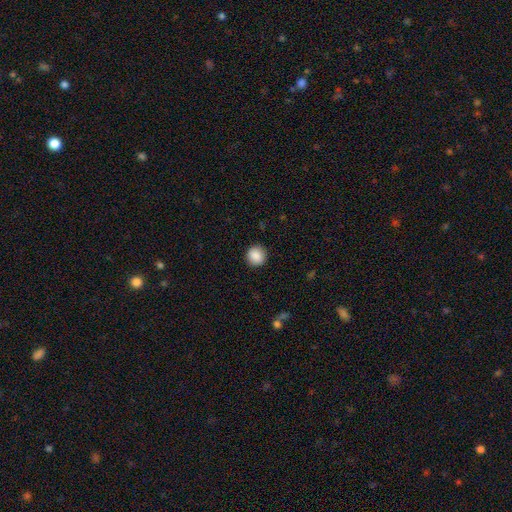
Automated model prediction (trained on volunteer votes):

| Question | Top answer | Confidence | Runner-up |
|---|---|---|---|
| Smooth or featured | smooth | 88% | star or artifact (8%) |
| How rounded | round | 90% | in between (9%) |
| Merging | none | 91% | minor disturbance (6%) |